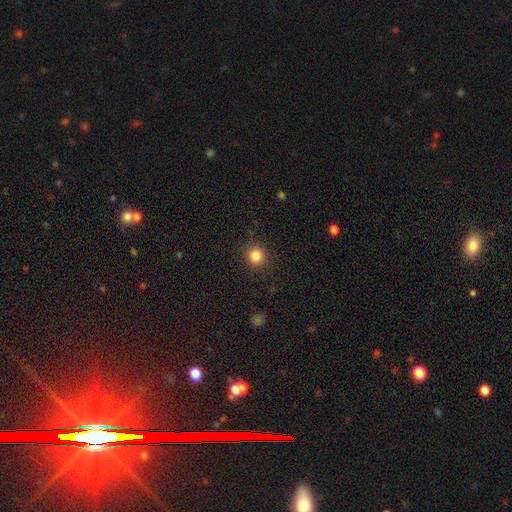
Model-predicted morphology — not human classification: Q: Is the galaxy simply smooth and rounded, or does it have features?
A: smooth — 84%.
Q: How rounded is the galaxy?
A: round — 91%.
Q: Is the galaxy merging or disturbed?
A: none — 90%.